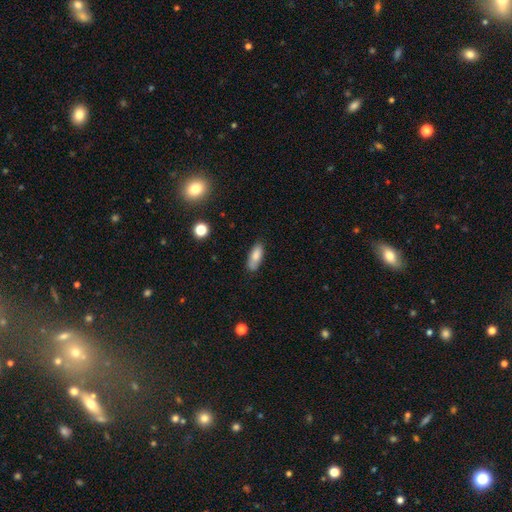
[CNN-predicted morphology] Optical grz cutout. It shows a smooth galaxy with no disk features (81%) that is in between round and cigar-shaped (77%). Merging: none (74%).